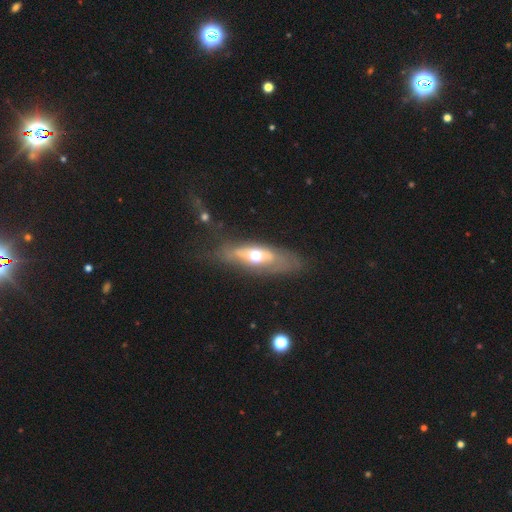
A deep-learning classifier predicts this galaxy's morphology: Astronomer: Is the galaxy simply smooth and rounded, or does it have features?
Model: featured or disk — 58% (runner-up: smooth, 34%).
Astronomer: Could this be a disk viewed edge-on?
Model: no — 67%.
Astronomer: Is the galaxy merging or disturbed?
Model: none — 60%.